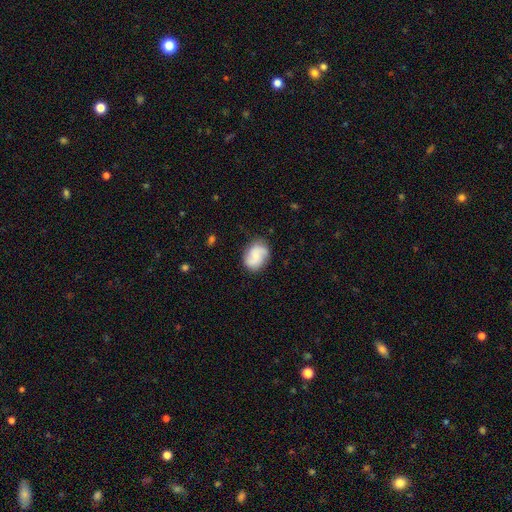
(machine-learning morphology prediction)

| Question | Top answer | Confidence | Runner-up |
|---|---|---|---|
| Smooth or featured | featured or disk | 46% | smooth (45%) |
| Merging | none | 73% | minor disturbance (19%) |